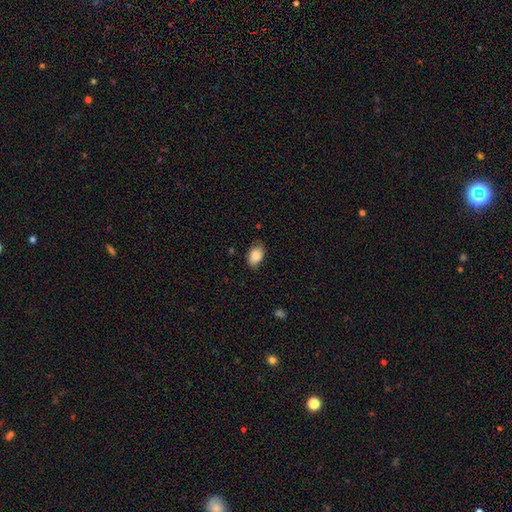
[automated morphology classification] Smooth or featured? smooth (86%)
How rounded? in between (85%)
Merging? none (75%)